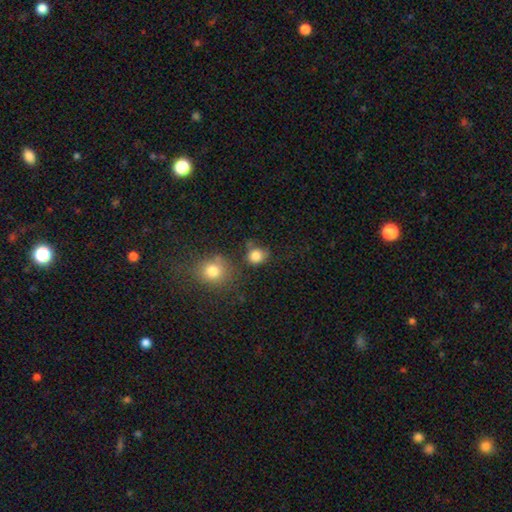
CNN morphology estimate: smooth 83%, star or artifact 11%, featured or disk 6%. Down the decision tree: how rounded — round (76%); merging — none (66%).